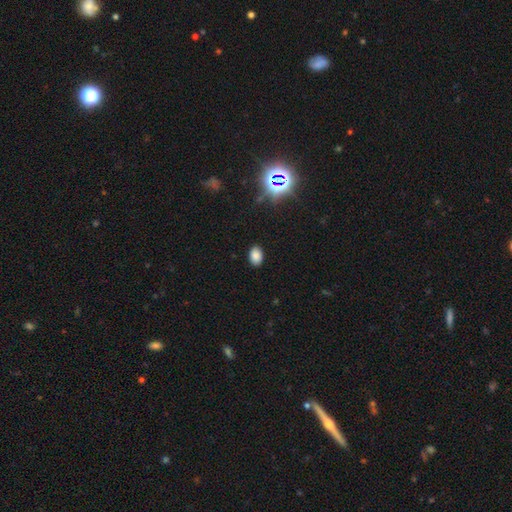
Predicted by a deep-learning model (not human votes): This is clearly a smooth galaxy (82%). How rounded: clearly in between (84%). Merging: clearly none (89%).